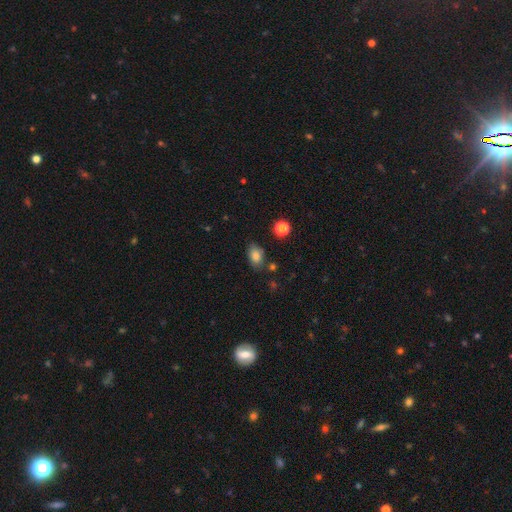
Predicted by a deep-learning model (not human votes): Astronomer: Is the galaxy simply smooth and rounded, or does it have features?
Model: smooth — 81%.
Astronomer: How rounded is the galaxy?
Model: in between — 81%.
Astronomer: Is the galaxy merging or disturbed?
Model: none — 74%.